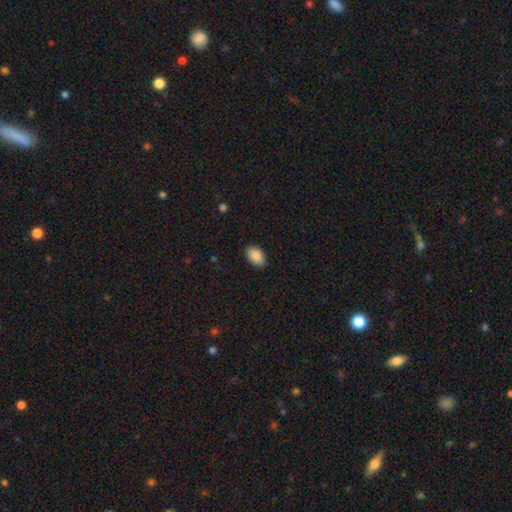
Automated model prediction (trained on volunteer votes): A smooth galaxy with no disk features (89%) that is in between round and cigar-shaped (92%). Merging: none (85%).